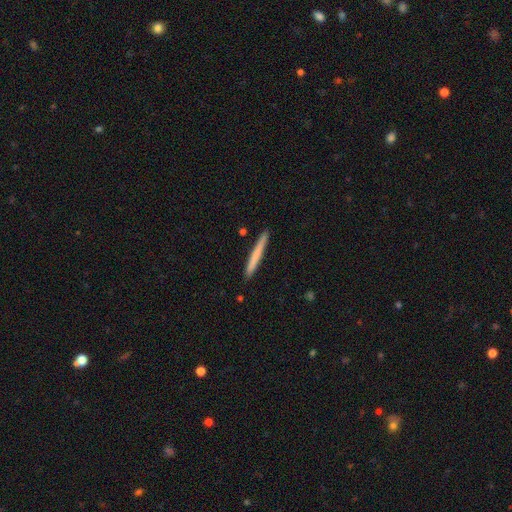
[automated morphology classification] Smooth or featured? smooth (69%)
How rounded? cigar-shaped (97%)
Merging? none (91%)